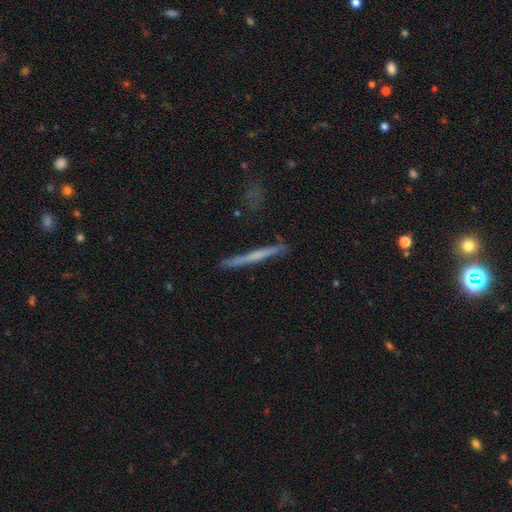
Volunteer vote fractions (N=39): Overall: featured or disk (74%). Edge-on disk: yes (93%). Edge-on bulge: none (44%; rounded 37%). Merging: none (82%).